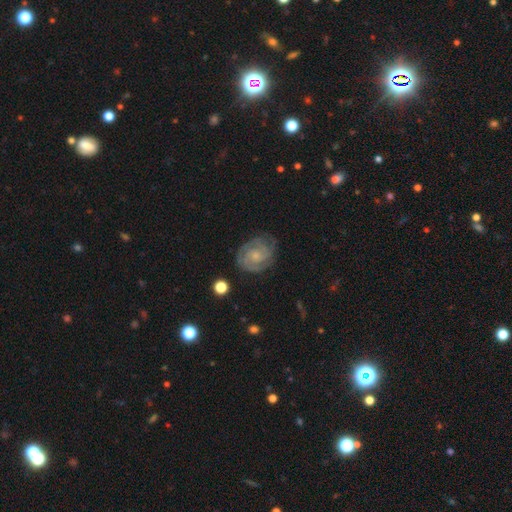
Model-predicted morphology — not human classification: Smooth or featured? Predicted: featured or disk (p=0.82). Edge-on disk? Predicted: no (p=0.98). Bar? Predicted: no (p=0.69). Spiral arms? Predicted: yes (p=0.96). Spiral winding? Predicted: tight (p=0.69). Spiral arm count? Predicted: 2 (p=0.44). Bulge size? Predicted: small (p=0.66). Merging? Predicted: none (p=0.75).